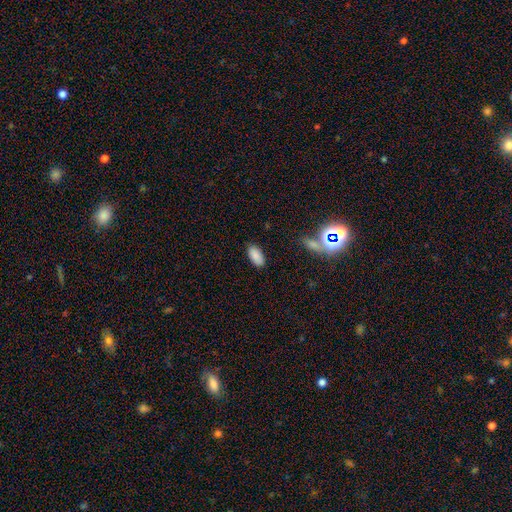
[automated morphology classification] Smooth or featured? smooth (87%)
How rounded? in between (94%)
Merging? none (86%)